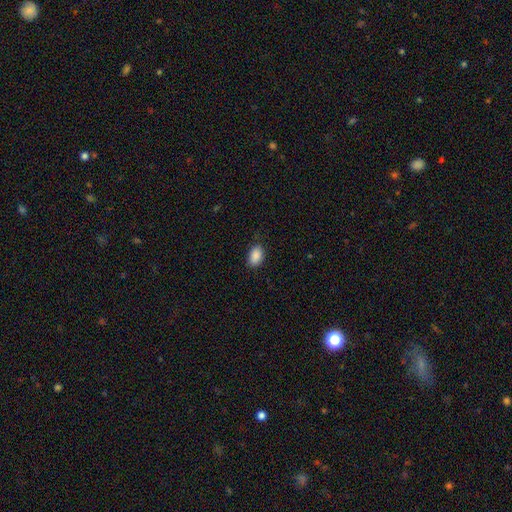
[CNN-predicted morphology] The model was most divided on "merging": none: 82%, minor disturbance: 14%, major disturbance: 3%, merger: 1%. More confident: how rounded — in between (90%); smooth or featured — smooth (89%).